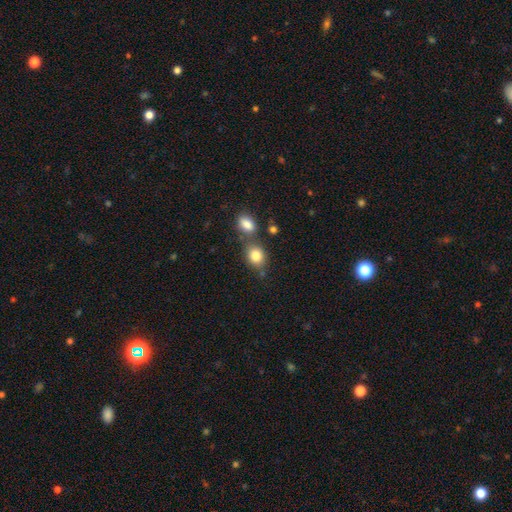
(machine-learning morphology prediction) A smooth galaxy with no disk features (83%) that is round (50%). Merging: none (56%).